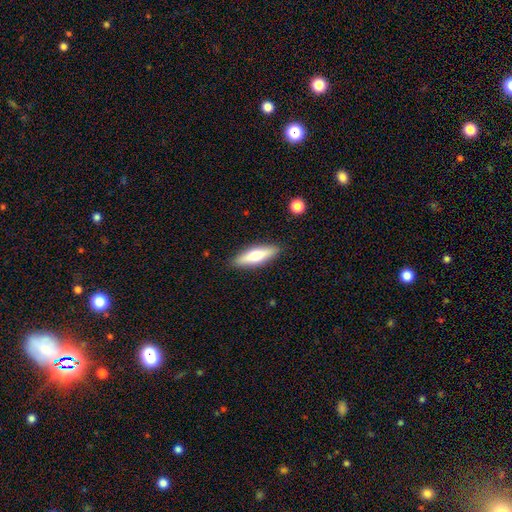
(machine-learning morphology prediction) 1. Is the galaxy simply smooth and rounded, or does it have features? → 56% smooth, 39% featured or disk, 6% star or artifact.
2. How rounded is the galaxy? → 59% cigar-shaped, 39% in between, 2% round.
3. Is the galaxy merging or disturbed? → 89% none, 8% minor disturbance, 2% major disturbance, 1% merger.